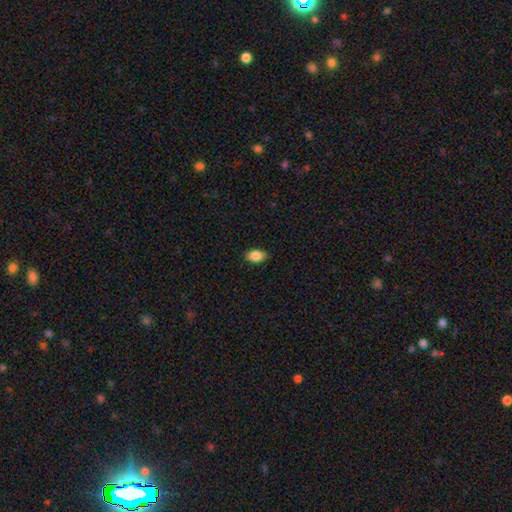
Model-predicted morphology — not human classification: Smooth or featured: smooth — 86% (star or artifact — 8%)
How rounded: in between — 89% (round — 9%)
Merging: none — 86% (minor disturbance — 11%)